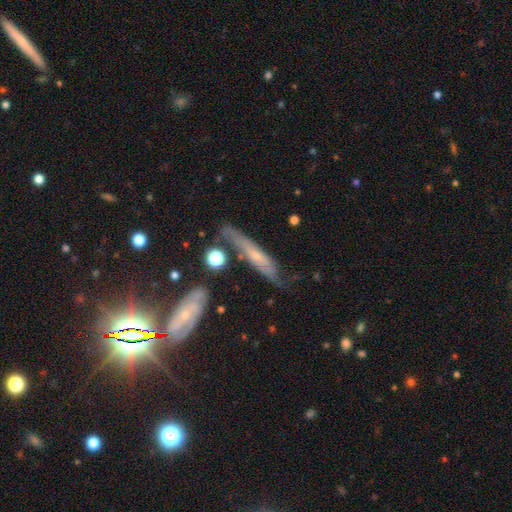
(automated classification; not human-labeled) smooth_or_featured: featured or disk (p=0.60) [alt: smooth p=0.33]
disk_edge_on: yes (p=0.66) [alt: no p=0.34]
merging: none (p=0.62) [alt: minor disturbance p=0.25]